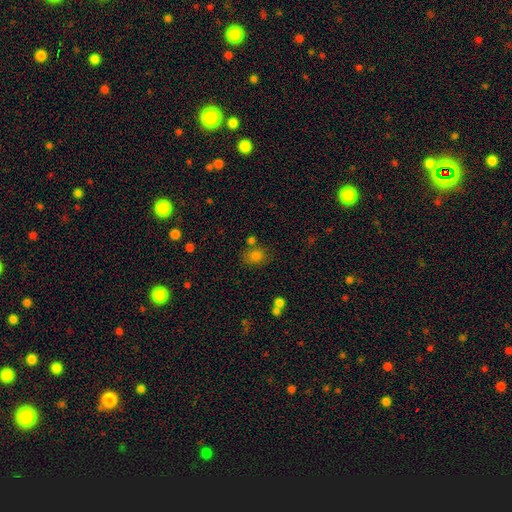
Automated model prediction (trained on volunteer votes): This is likely a smooth galaxy (79%). How rounded: possibly round (57%). Merging: likely none (66%).